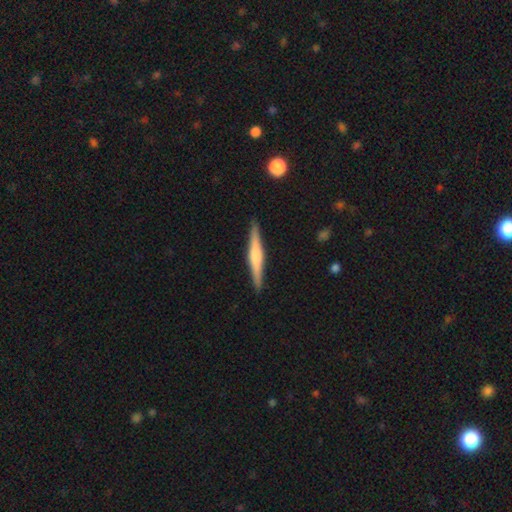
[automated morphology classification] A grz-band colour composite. It shows a featured or disk galaxy (61%) viewed edge-on (98%) with a rounded central bulge (60%). Merging: none (91%).